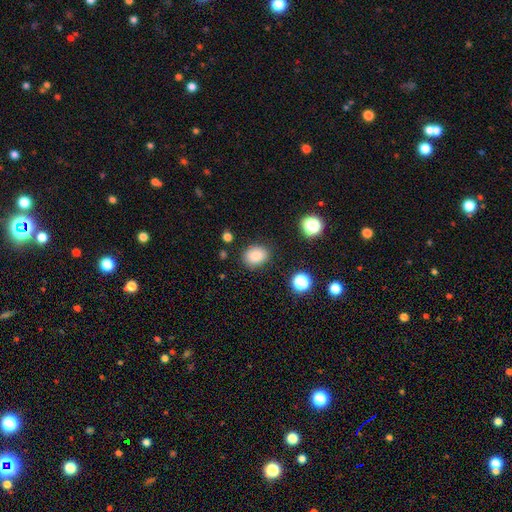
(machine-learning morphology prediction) Smooth or featured?
  - smooth: 84% *
  - star or artifact: 11%
  - featured or disk: 5%
How rounded?
  - in between: 54% *
  - round: 45%
  - cigar-shaped: 1%
Merging?
  - none: 84% *
  - minor disturbance: 11%
  - major disturbance: 3%
  - merger: 2%